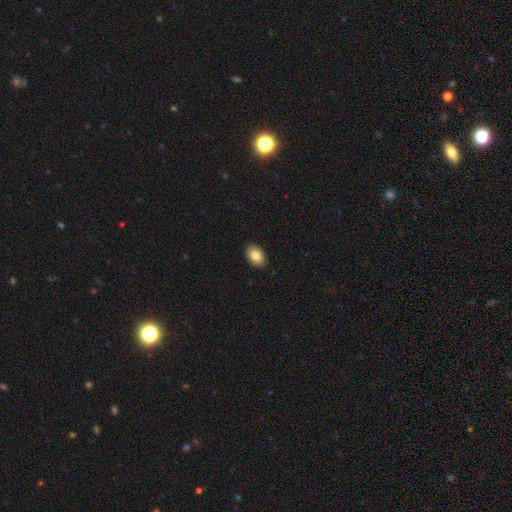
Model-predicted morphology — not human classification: The model was most divided on "smooth or featured": smooth: 82%, featured or disk: 10%, star or artifact: 7%. More confident: merging — none (90%); how rounded — in between (86%).